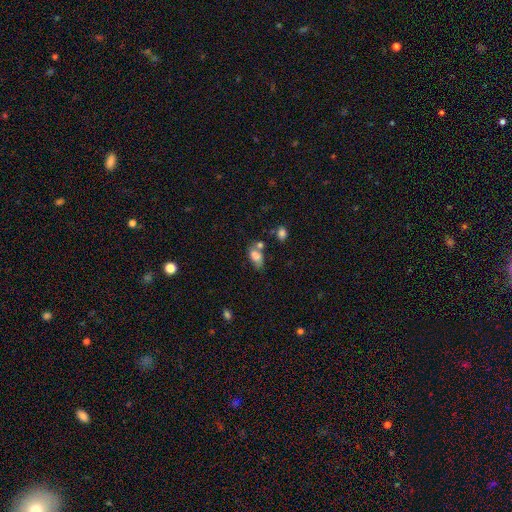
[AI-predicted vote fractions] Morphology: type=smooth (75%); roundness=in between (89%); merging=none (43%).